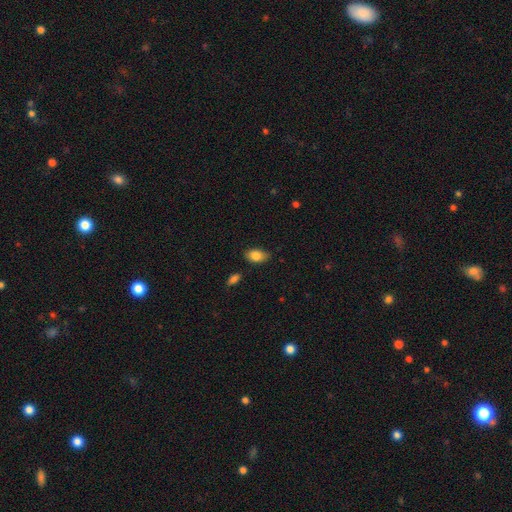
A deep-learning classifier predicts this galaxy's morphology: Q: Smooth or featured?
A: smooth (84%); runner-up: featured or disk (8%)
Q: How rounded?
A: in between (89%); runner-up: round (8%)
Q: Merging?
A: none (77%); runner-up: minor disturbance (18%)